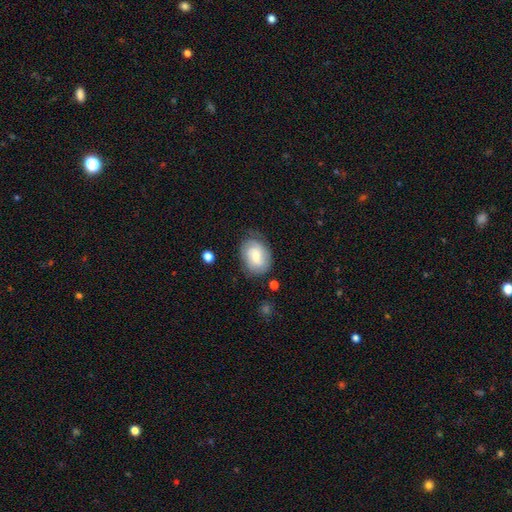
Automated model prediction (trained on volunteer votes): Smooth or featured: smooth — 57% (featured or disk — 36%)
How rounded: in between — 73% (round — 26%)
Merging: none — 69% (minor disturbance — 22%)